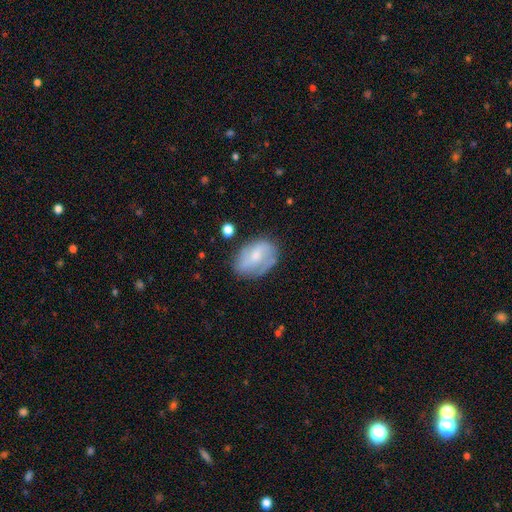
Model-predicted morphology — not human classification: Smooth or featured?
  - featured or disk: 51% *
  - smooth: 41%
  - star or artifact: 7%
Edge-on disk?
  - no: 96% *
  - yes: 4%
Merging?
  - none: 66% *
  - minor disturbance: 23%
  - major disturbance: 8%
  - merger: 3%